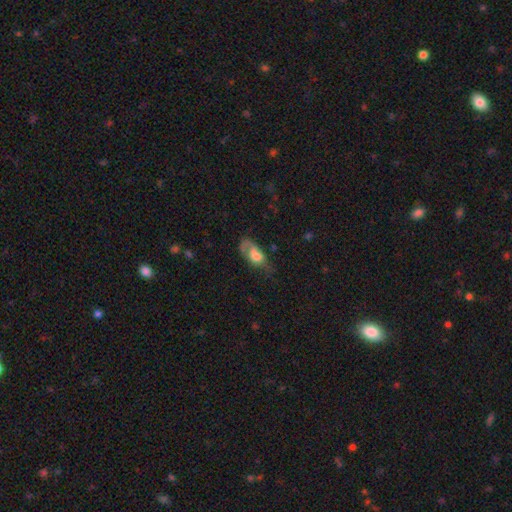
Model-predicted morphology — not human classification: A smooth galaxy with no disk features (53%) that is in between round and cigar-shaped (85%). Merging: major disturbance (41%).